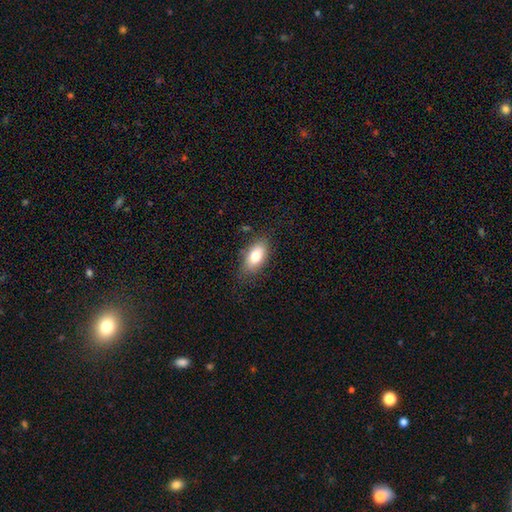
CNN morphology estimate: smooth-or-featured: smooth: 78% | featured or disk: 15% | star or artifact: 8%
  how-rounded: in between: 89% | cigar-shaped: 6% | round: 5%
  merging: none: 79% | minor disturbance: 16% | major disturbance: 4% | merger: 1%